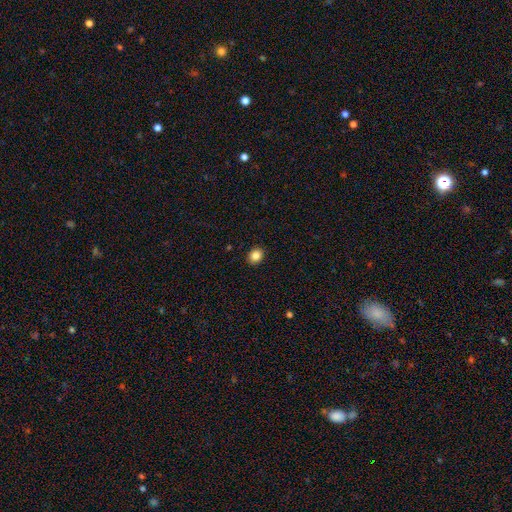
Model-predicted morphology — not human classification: Smooth or featured? smooth (85%)
How rounded? round (64%)
Merging? none (92%)